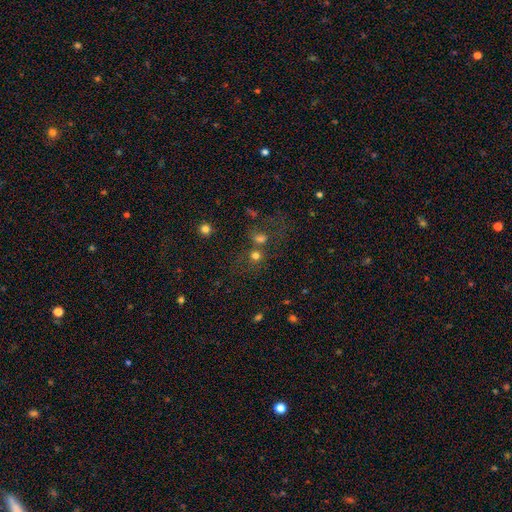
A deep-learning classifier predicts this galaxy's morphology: smooth_or_featured: smooth (p=0.69) [alt: star or artifact p=0.20]
how_rounded: round (p=0.79) [alt: in between p=0.20]
merging: none (p=0.46) [alt: merger p=0.37]